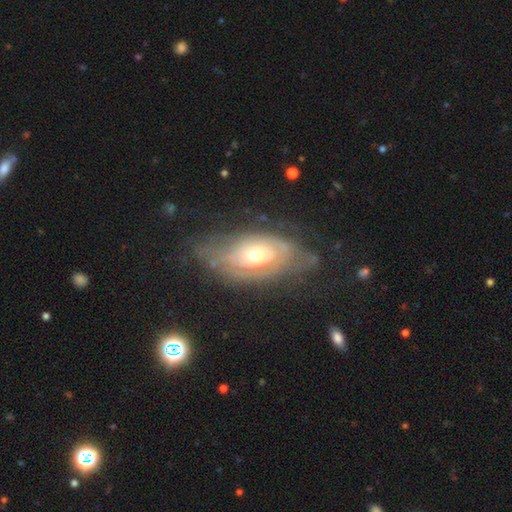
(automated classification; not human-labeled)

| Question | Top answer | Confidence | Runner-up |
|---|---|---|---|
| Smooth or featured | featured or disk | 76% | smooth (18%) |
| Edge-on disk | no | 90% | yes (10%) |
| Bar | no | 76% | weak (19%) |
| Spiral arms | yes | 77% | no (23%) |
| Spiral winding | tight | 68% | medium (23%) |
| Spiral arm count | can't tell | 58% | 2 (22%) |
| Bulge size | moderate | 57% | small (36%) |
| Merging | none | 60% | minor disturbance (25%) |